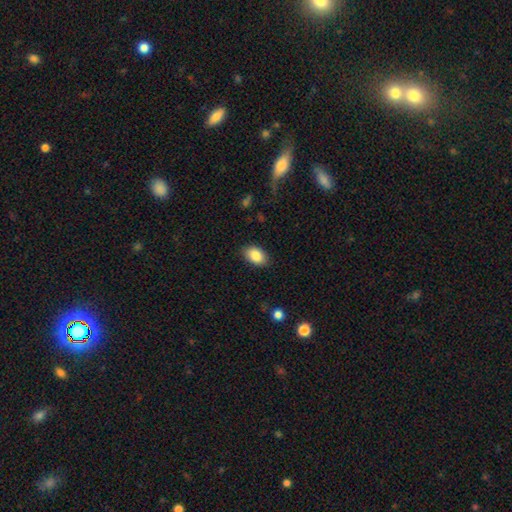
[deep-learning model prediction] Smooth or featured? Predicted: smooth (p=0.87). How rounded? Predicted: in between (p=0.89). Merging? Predicted: none (p=0.86).